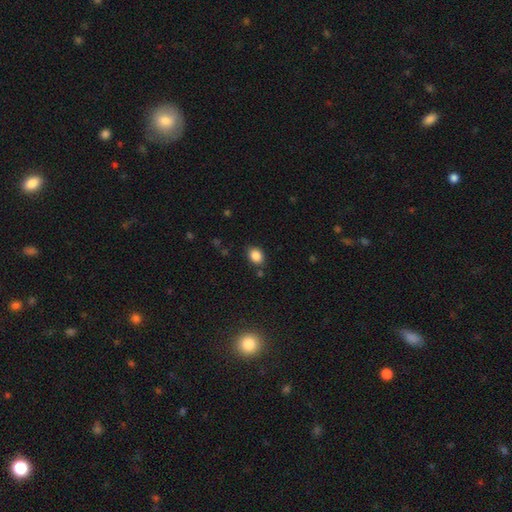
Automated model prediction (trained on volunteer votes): Smooth or featured?
  - smooth: 86% *
  - star or artifact: 10%
  - featured or disk: 4%
How rounded?
  - in between: 63% *
  - round: 36%
  - cigar-shaped: 1%
Merging?
  - none: 81% *
  - minor disturbance: 12%
  - merger: 3%
  - major disturbance: 3%